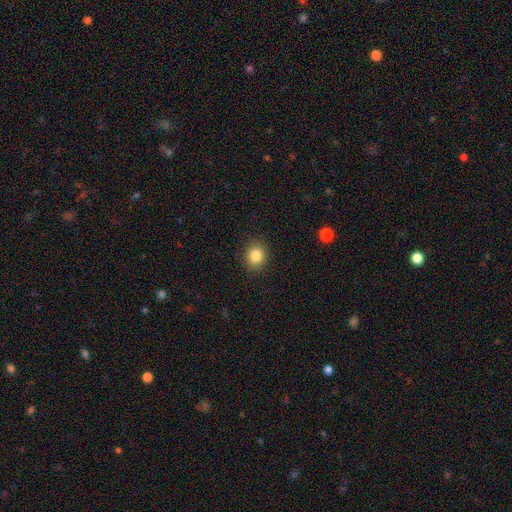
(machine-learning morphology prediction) Smooth or featured?
  - smooth: 85% *
  - star or artifact: 10%
  - featured or disk: 5%
How rounded?
  - round: 72% *
  - in between: 27%
  - cigar-shaped: 1%
Merging?
  - none: 90% *
  - minor disturbance: 7%
  - major disturbance: 2%
  - merger: 1%